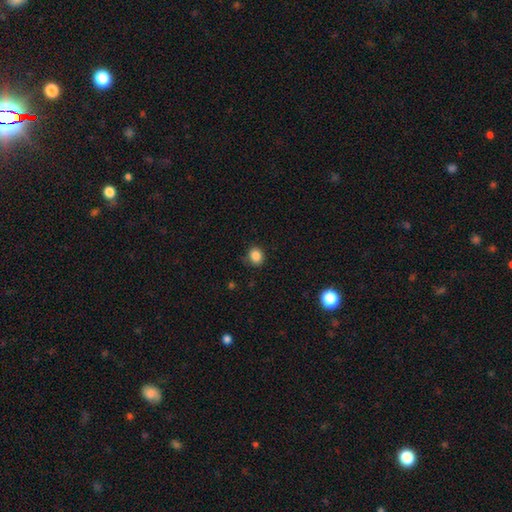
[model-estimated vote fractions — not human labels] Q: Smooth or featured?
A: smooth (86%); runner-up: star or artifact (10%)
Q: How rounded?
A: round (65%); runner-up: in between (34%)
Q: Merging?
A: none (80%); runner-up: minor disturbance (15%)